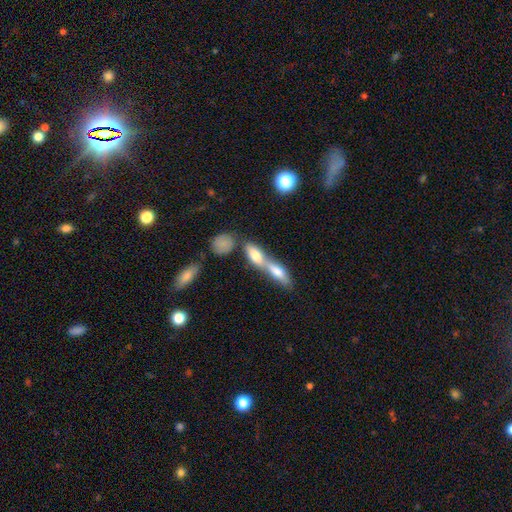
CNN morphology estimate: Smooth or featured: smooth — 70% (featured or disk — 21%)
How rounded: in between — 66% (cigar-shaped — 29%)
Merging: merger — 66% (none — 24%)